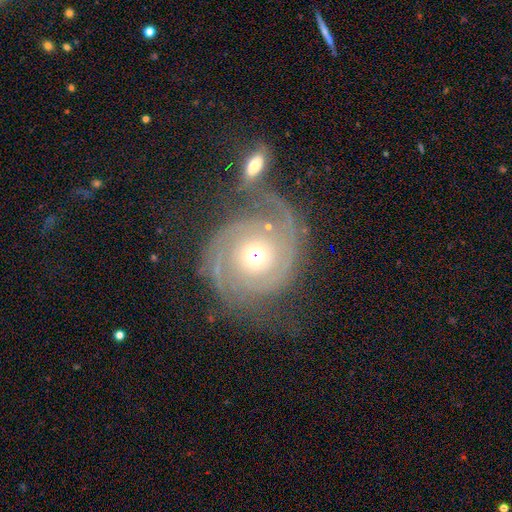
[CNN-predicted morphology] Q: Smooth or featured?
A: featured or disk (83%); runner-up: smooth (10%)
Q: Edge-on disk?
A: no (97%); runner-up: yes (3%)
Q: Bar?
A: no (77%); runner-up: weak (17%)
Q: Spiral arms?
A: yes (94%); runner-up: no (6%)
Q: Spiral winding?
A: tight (45%); runner-up: medium (34%)
Q: Spiral arm count?
A: 2 (71%); runner-up: can't tell (9%)
Q: Bulge size?
A: moderate (55%); runner-up: small (32%)
Q: Merging?
A: none (52%); runner-up: major disturbance (19%)